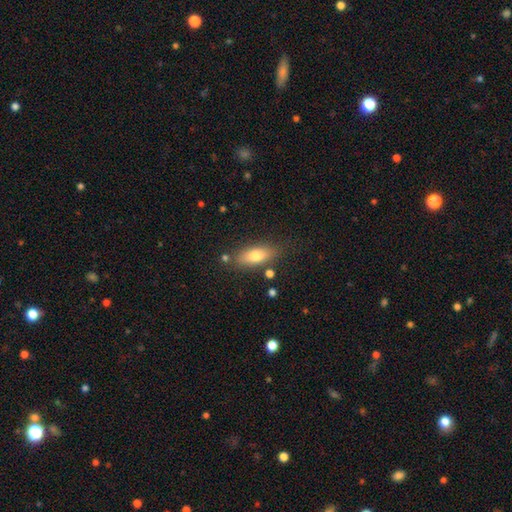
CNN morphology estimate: Smooth or featured? smooth (75%)
How rounded? in between (77%)
Merging? none (79%)